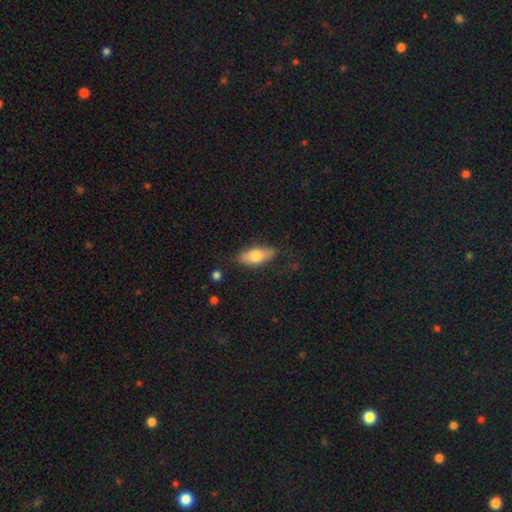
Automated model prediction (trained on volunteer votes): Smooth or featured? Predicted: smooth (p=0.74). How rounded? Predicted: in between (p=0.81). Merging? Predicted: none (p=0.79).